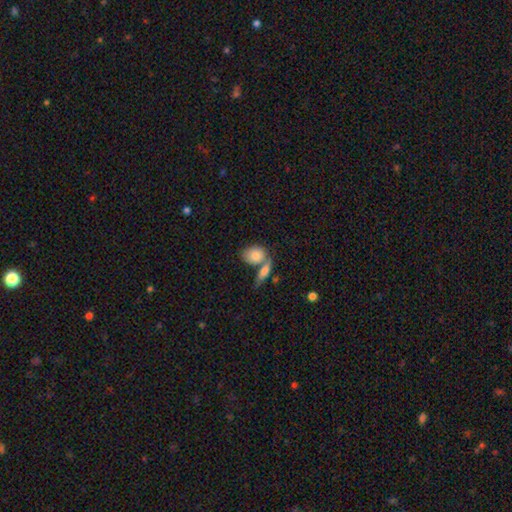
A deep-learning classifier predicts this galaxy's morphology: smooth 82%, featured or disk 12%, star or artifact 6%. Down the decision tree: how rounded — in between (69%); merging — merger (43%).